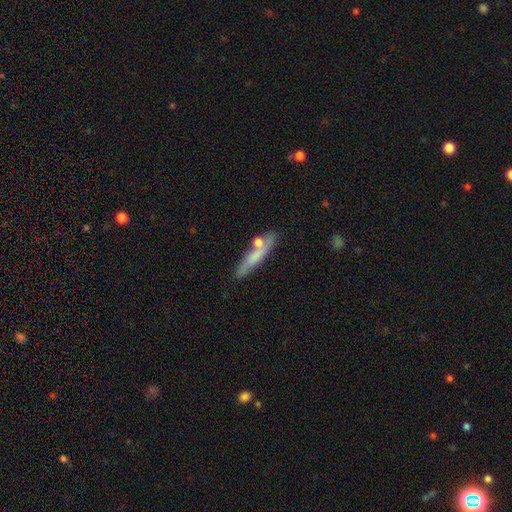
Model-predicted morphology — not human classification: Smooth or featured? Predicted: smooth (p=0.61). How rounded? Predicted: cigar-shaped (p=0.85). Merging? Predicted: none (p=0.69).